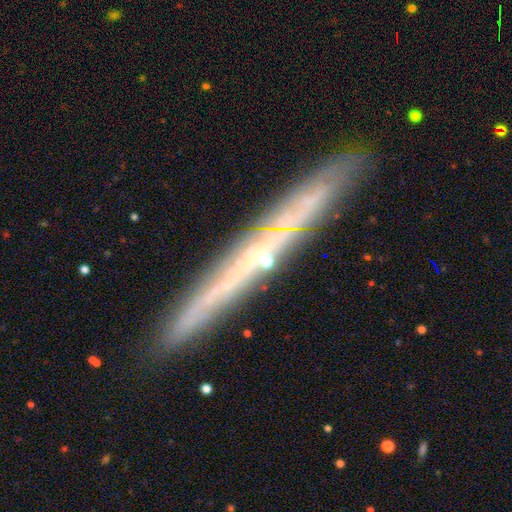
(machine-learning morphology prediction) type=featured or disk (69%); edge-on=yes (94%); edge-on bulge=none (80%); merging=none (89%).